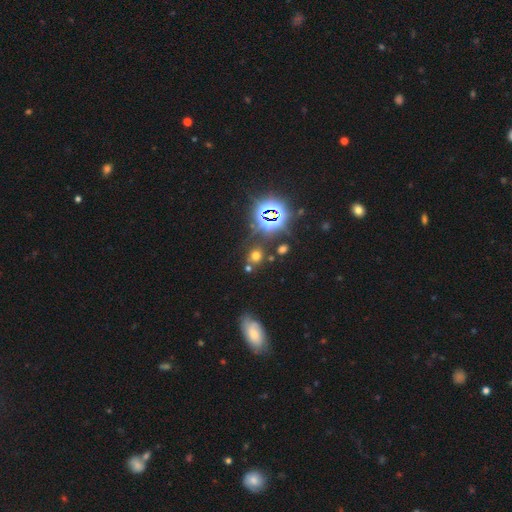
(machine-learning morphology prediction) The model was most divided on "smooth or featured": smooth: 52%, star or artifact: 39%, featured or disk: 10%. More confident: how rounded — round (71%); merging — none (71%).